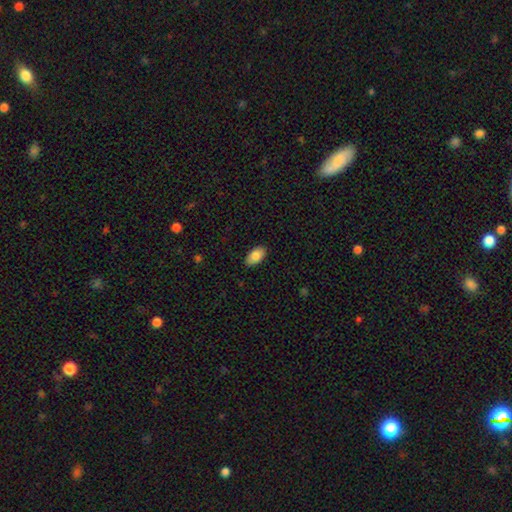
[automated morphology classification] This is clearly a smooth galaxy (85%). How rounded: clearly in between (95%). Merging: clearly none (88%).